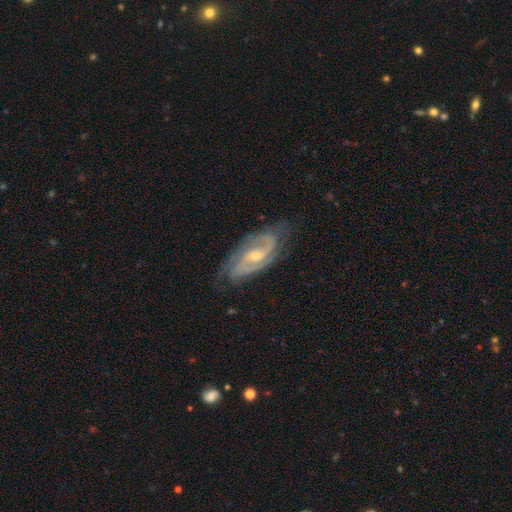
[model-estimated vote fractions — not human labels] smooth_or_featured: featured or disk (p=0.83) [alt: smooth p=0.09]
disk_edge_on: no (p=0.93) [alt: yes p=0.07]
bar: weak (p=0.45) [alt: no p=0.37]
has_spiral_arms: yes (p=0.95) [alt: no p=0.05]
spiral_winding: medium (p=0.43) [tied with: tight p=0.43]
spiral_arm_count: 2 (p=0.69) [alt: can't tell p=0.14]
bulge_size: moderate (p=0.55) [alt: small p=0.41]
merging: none (p=0.77) [alt: minor disturbance p=0.17]